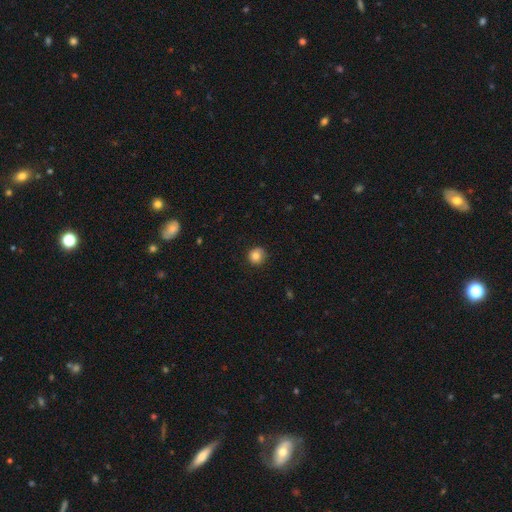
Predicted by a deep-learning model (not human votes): The model was most divided on "merging": none: 82%, minor disturbance: 14%, major disturbance: 3%, merger: 1%. More confident: how rounded — round (90%); smooth or featured — smooth (83%).